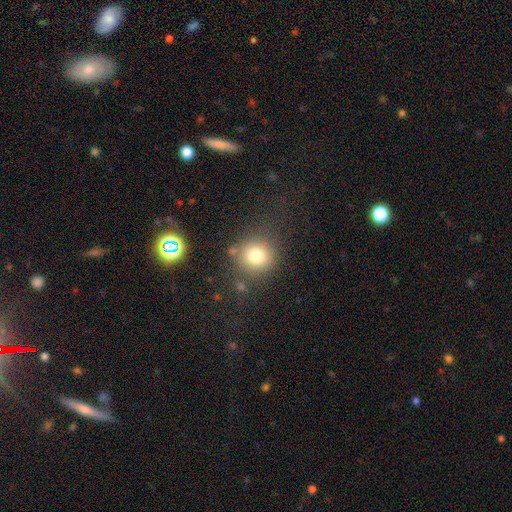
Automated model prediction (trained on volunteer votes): A smooth galaxy with no disk features (79%) that is round (89%).

Vote fractions:
- Smooth or featured? smooth: 79% / star or artifact: 12% / featured or disk: 9%
- How rounded? round: 89% / in between: 10% / cigar-shaped: 1%
- Merging? none: 75% / minor disturbance: 13% / major disturbance: 6% / merger: 6%